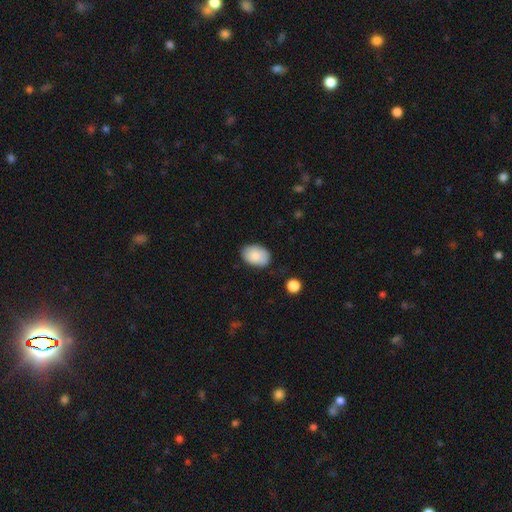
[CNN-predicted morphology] Smooth or featured? smooth (85%)
How rounded? in between (85%)
Merging? none (76%)